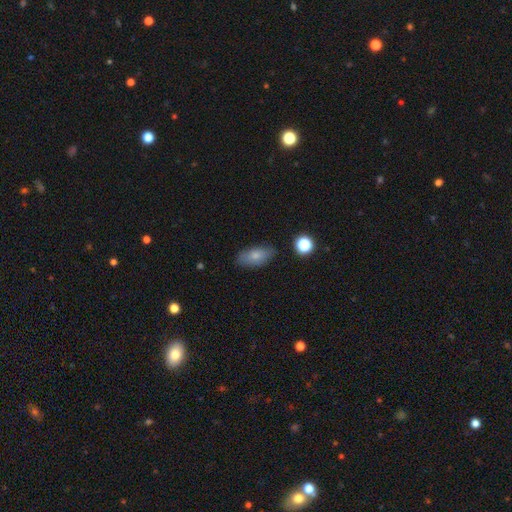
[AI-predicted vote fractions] Smooth or featured? Predicted: smooth (p=0.78). How rounded? Predicted: in between (p=0.89). Merging? Predicted: none (p=0.79).